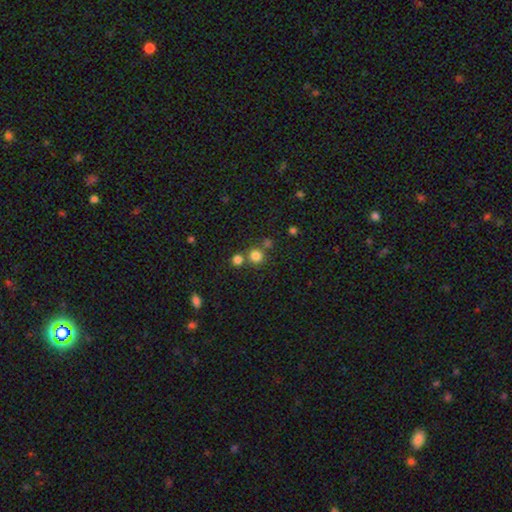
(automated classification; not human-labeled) smooth_or_featured: smooth (p=0.79) [alt: star or artifact p=0.16]
how_rounded: round (p=0.92) [alt: in between p=0.07]
merging: none (p=0.69) [alt: merger p=0.21]